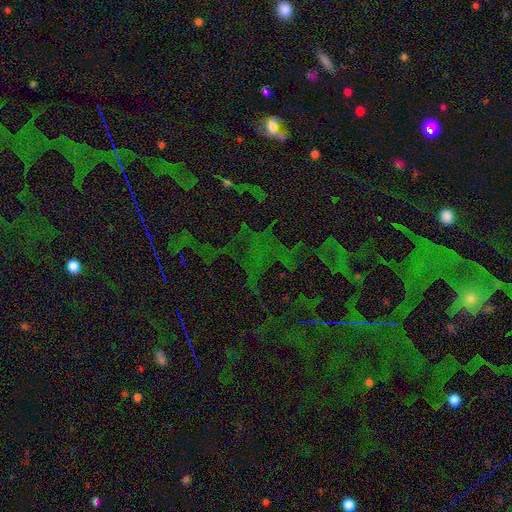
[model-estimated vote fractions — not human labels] This appears to be a star or artifact, not a galaxy (77%).